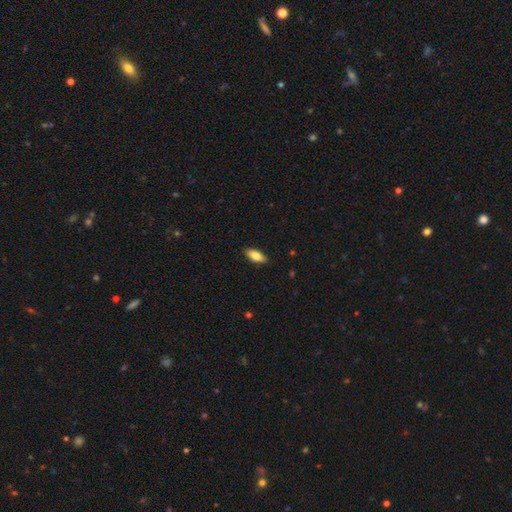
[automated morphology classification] Smooth or featured?
  - smooth: 79% *
  - featured or disk: 15%
  - star or artifact: 6%
How rounded?
  - in between: 80% *
  - cigar-shaped: 18%
  - round: 2%
Merging?
  - none: 89% *
  - minor disturbance: 9%
  - major disturbance: 2%
  - merger: 1%